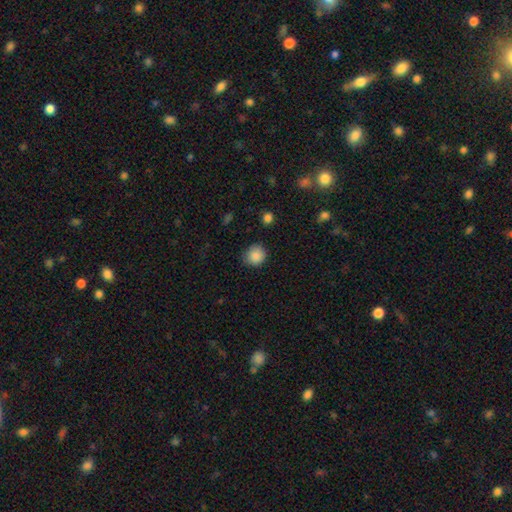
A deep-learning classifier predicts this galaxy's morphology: Smooth or featured?
  - smooth: 87% *
  - star or artifact: 9%
  - featured or disk: 4%
How rounded?
  - round: 87% *
  - in between: 12%
  - cigar-shaped: 1%
Merging?
  - none: 78% *
  - minor disturbance: 17%
  - major disturbance: 3%
  - merger: 1%